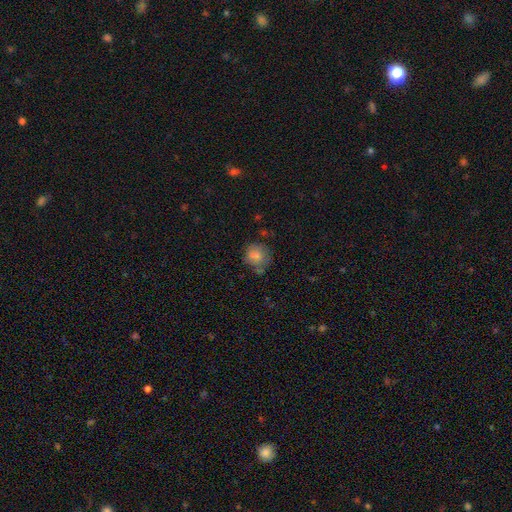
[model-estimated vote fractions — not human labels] This appears to be a smooth galaxy with no disk features (79%) that is round (84%). Merging: none (62%).